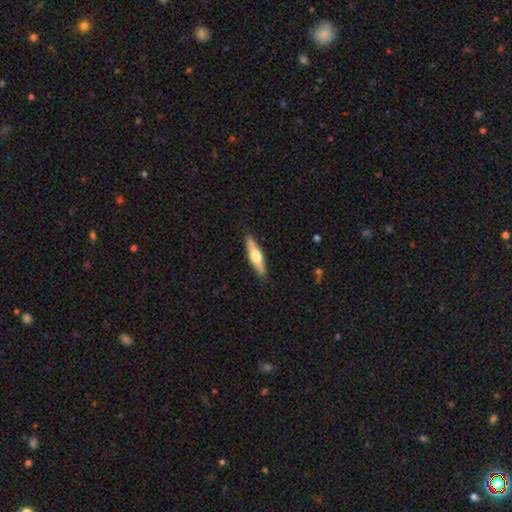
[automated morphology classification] featured or disk 49%, smooth 46%, star or artifact 5%. Down the decision tree: merging — none (89%).